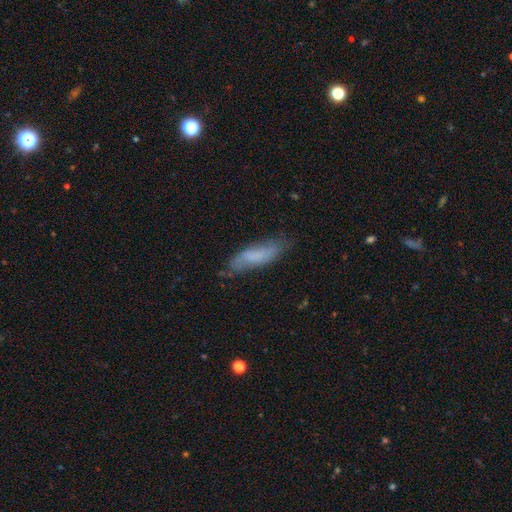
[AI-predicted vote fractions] Smooth or featured? smooth (62%)
How rounded? cigar-shaped (53%)
Merging? none (65%)